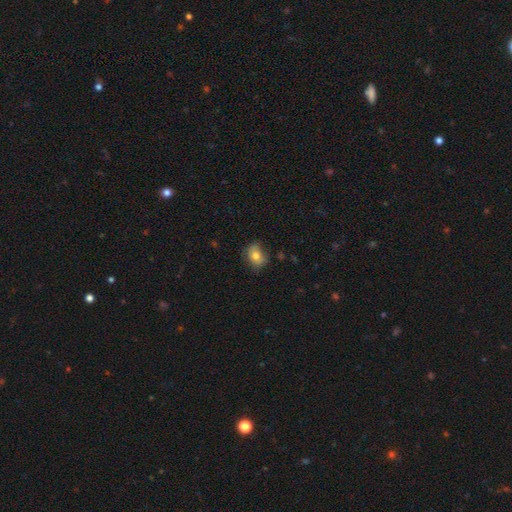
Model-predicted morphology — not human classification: Smooth or featured? Predicted: smooth (p=0.74). How rounded? Predicted: in between (p=0.57). Merging? Predicted: none (p=0.69).